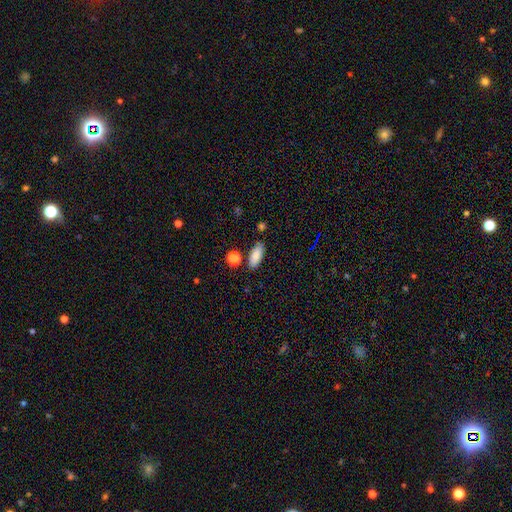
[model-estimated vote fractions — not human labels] smooth_or_featured: smooth (p=0.86) [alt: star or artifact p=0.08]
how_rounded: in between (p=0.79) [alt: cigar-shaped p=0.18]
merging: none (p=0.82) [alt: minor disturbance p=0.11]